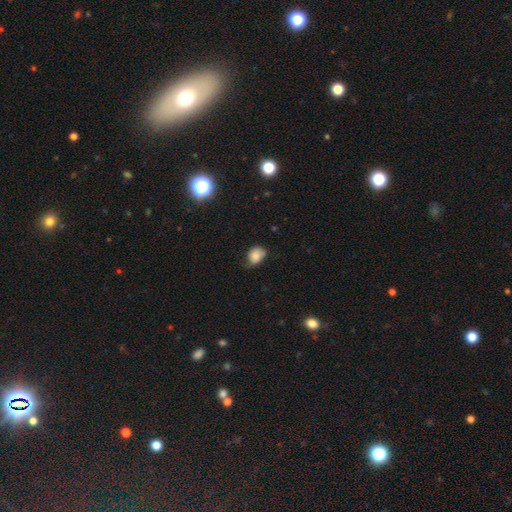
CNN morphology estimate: Smooth or featured? Predicted: smooth (p=0.81). How rounded? Predicted: in between (p=0.59). Merging? Predicted: none (p=0.53).